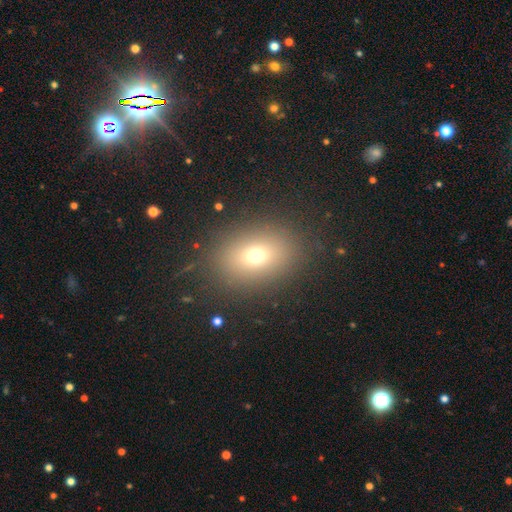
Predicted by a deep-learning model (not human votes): Q: Smooth or featured?
A: smooth (69%); runner-up: star or artifact (18%)
Q: How rounded?
A: in between (60%); runner-up: round (38%)
Q: Merging?
A: none (86%); runner-up: minor disturbance (8%)